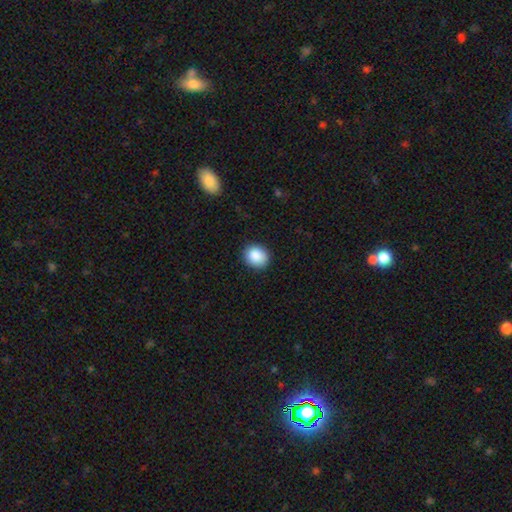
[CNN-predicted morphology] Smooth or featured?
  - smooth: 88% *
  - star or artifact: 8%
  - featured or disk: 3%
How rounded?
  - round: 69% *
  - in between: 30%
  - cigar-shaped: 1%
Merging?
  - none: 87% *
  - minor disturbance: 9%
  - major disturbance: 2%
  - merger: 1%